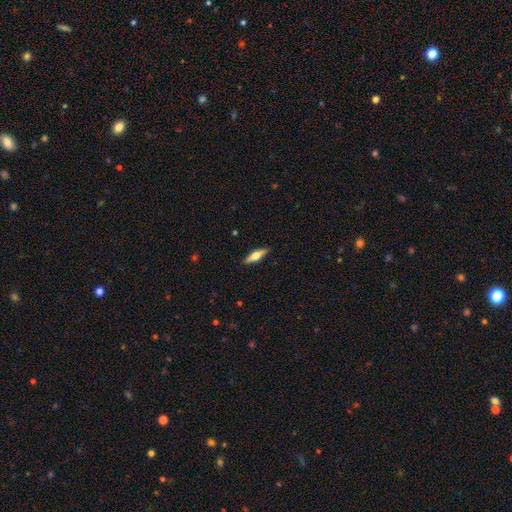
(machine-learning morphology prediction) Smooth or featured?
  - featured or disk: 52% *
  - smooth: 42%
  - star or artifact: 6%
Edge-on disk?
  - yes: 94% *
  - no: 6%
Merging?
  - none: 90% *
  - minor disturbance: 8%
  - major disturbance: 2%
  - merger: 1%